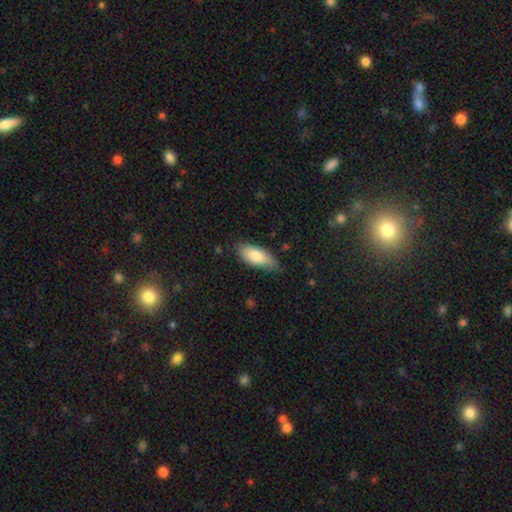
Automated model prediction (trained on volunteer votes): smooth_or_featured: smooth (p=0.81) [alt: featured or disk p=0.13]
how_rounded: in between (p=0.79) [alt: cigar-shaped p=0.19]
merging: none (p=0.73) [alt: minor disturbance p=0.22]